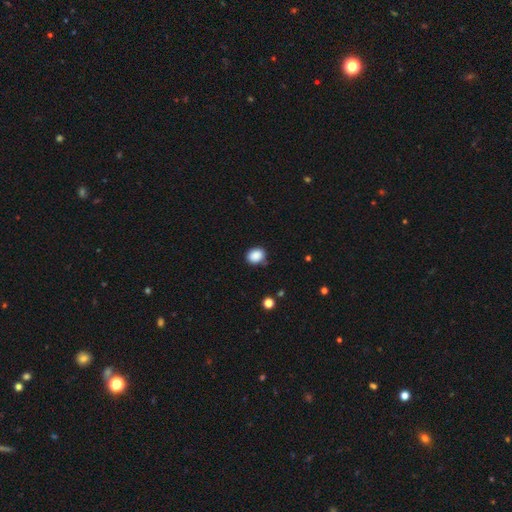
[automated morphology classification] smooth 88%, star or artifact 9%, featured or disk 3%. Down the decision tree: how rounded — round (57%); merging — none (81%).